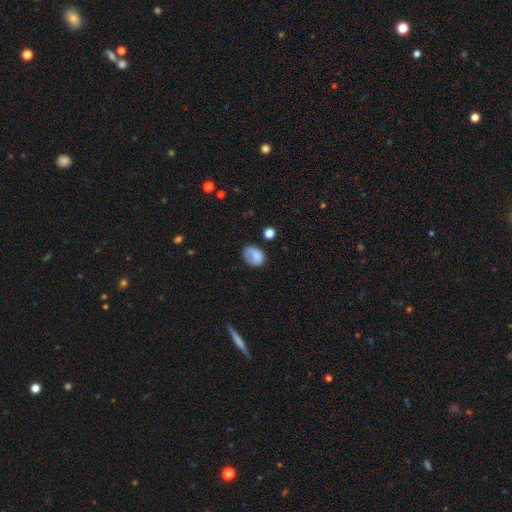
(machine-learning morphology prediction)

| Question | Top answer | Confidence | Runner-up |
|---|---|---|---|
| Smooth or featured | smooth | 77% | featured or disk (14%) |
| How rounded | in between | 64% | round (34%) |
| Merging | none | 51% | minor disturbance (30%) |